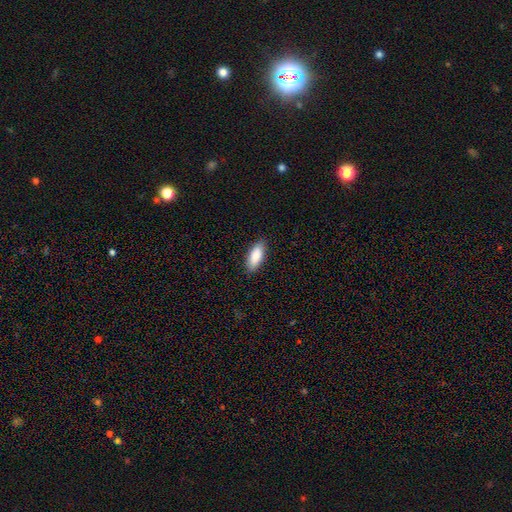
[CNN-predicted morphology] Overall: smooth (88%). How rounded: in between (81%). Merging: none (87%).